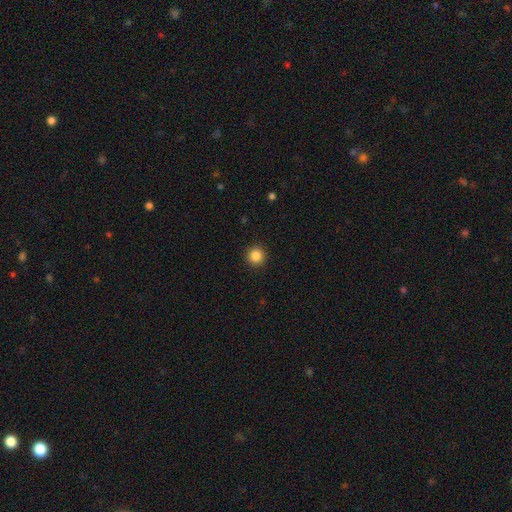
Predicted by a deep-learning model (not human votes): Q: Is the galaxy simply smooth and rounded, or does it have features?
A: smooth — 87%.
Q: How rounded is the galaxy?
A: round — 95%.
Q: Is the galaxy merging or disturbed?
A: none — 93%.